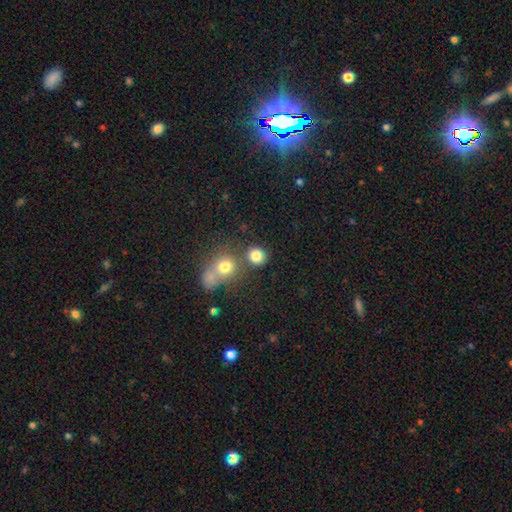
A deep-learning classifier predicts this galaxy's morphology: Q: Smooth or featured?
A: smooth (82%); runner-up: star or artifact (12%)
Q: How rounded?
A: round (83%); runner-up: in between (16%)
Q: Merging?
A: none (65%); runner-up: merger (22%)